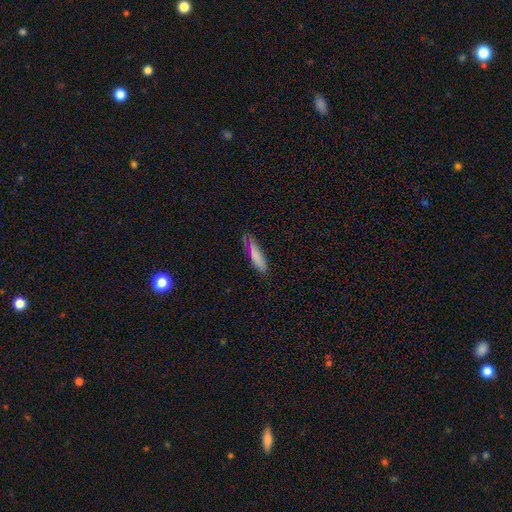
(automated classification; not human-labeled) Smooth or featured? smooth (79%)
How rounded? cigar-shaped (73%)
Merging? none (68%)